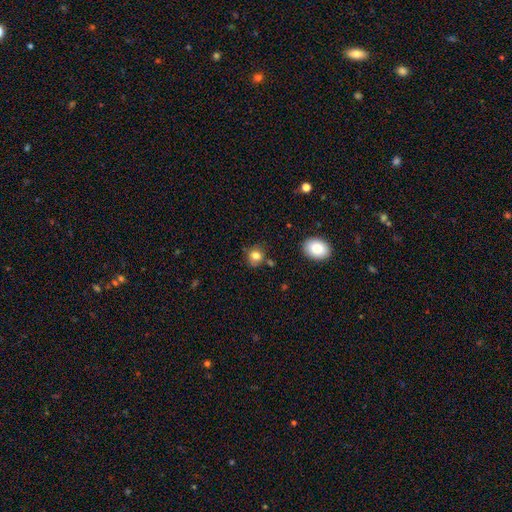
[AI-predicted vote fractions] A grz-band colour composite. It shows a smooth galaxy with no disk features (79%) that is round (67%). Merging: none (69%).